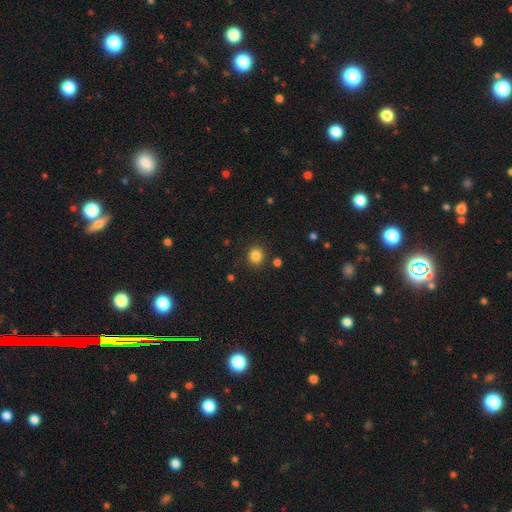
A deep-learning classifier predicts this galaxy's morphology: smooth 85%, star or artifact 12%, featured or disk 4%. Down the decision tree: how rounded — round (86%); merging — none (87%).